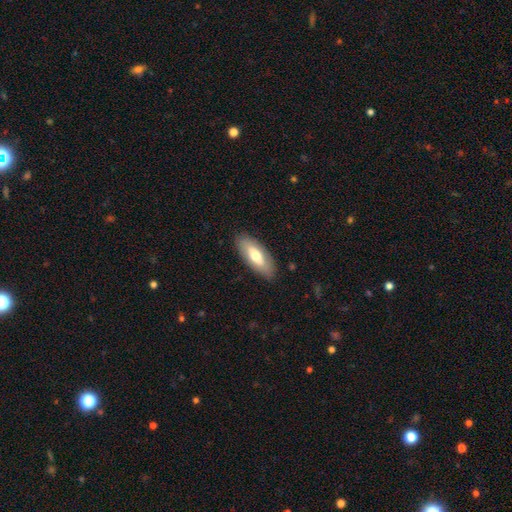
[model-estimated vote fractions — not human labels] Overall: smooth (65%; featured or disk 29%). How rounded: in between (77%). Merging: none (86%).